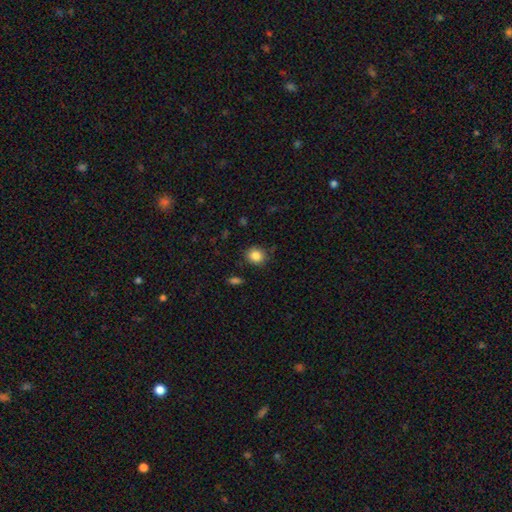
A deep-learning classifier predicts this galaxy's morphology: Overall: smooth (86%). How rounded: round (79%). Merging: none (84%).